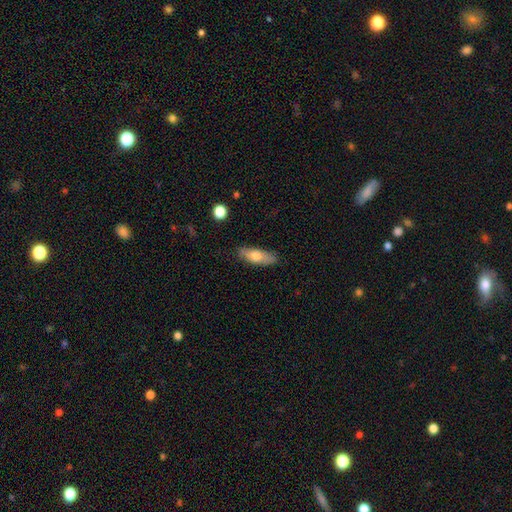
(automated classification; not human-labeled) Smooth or featured? smooth (68%)
How rounded? in between (57%)
Merging? none (82%)